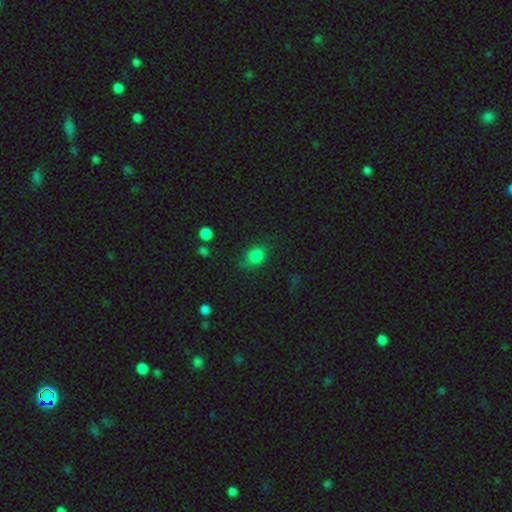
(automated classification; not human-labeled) Smooth or featured: smooth — 80% (star or artifact — 13%)
How rounded: in between — 52% (round — 46%)
Merging: none — 67% (minor disturbance — 22%)